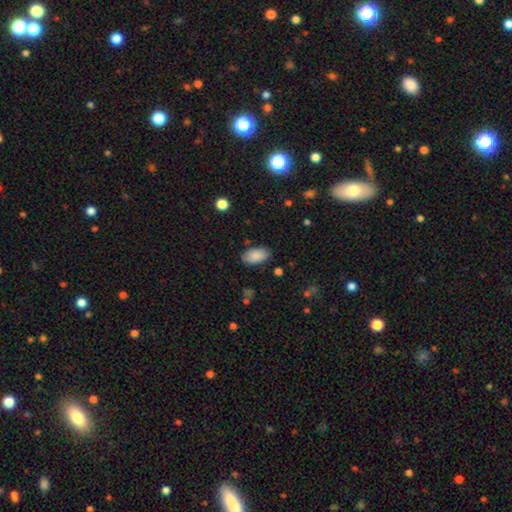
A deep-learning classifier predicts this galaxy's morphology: smooth-or-featured: smooth: 88% | star or artifact: 7% | featured or disk: 6%
  how-rounded: in between: 95% | round: 4% | cigar-shaped: 2%
  merging: none: 83% | minor disturbance: 12% | major disturbance: 3% | merger: 1%